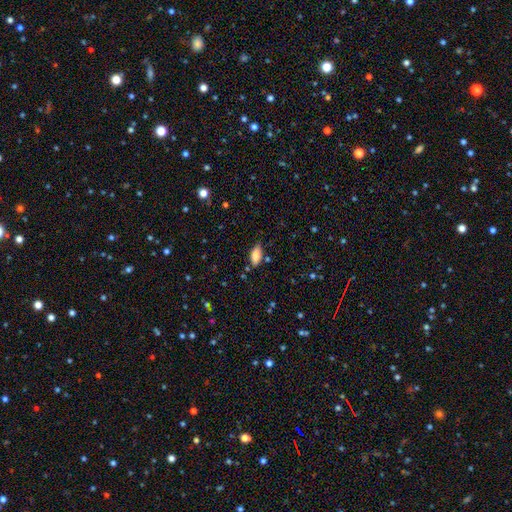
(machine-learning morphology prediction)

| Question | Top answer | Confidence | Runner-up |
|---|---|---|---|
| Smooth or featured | smooth | 82% | featured or disk (10%) |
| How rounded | in between | 84% | cigar-shaped (14%) |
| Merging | none | 78% | minor disturbance (16%) |